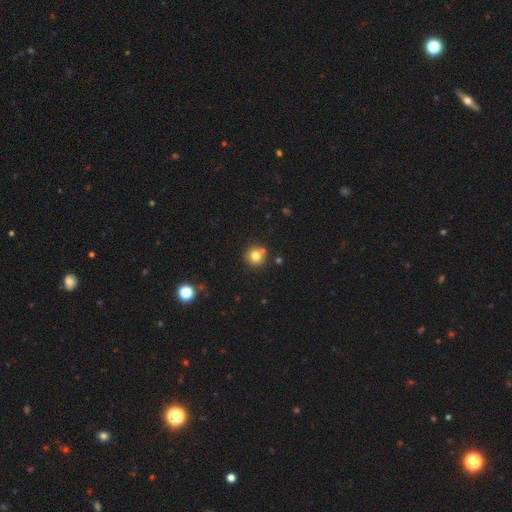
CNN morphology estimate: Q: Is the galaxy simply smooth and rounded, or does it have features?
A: smooth — 78%.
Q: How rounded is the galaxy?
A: round — 93%.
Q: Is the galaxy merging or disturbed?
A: none — 75%.